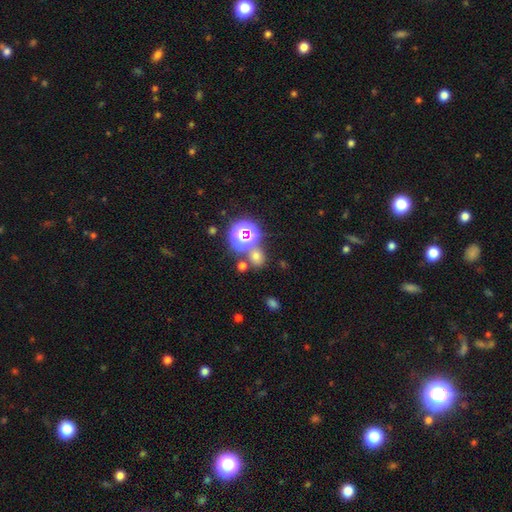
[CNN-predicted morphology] smooth-or-featured: smooth: 60% | star or artifact: 33% | featured or disk: 8%
  how-rounded: round: 77% | in between: 22% | cigar-shaped: 1%
  merging: none: 70% | merger: 17% | minor disturbance: 9% | major disturbance: 4%